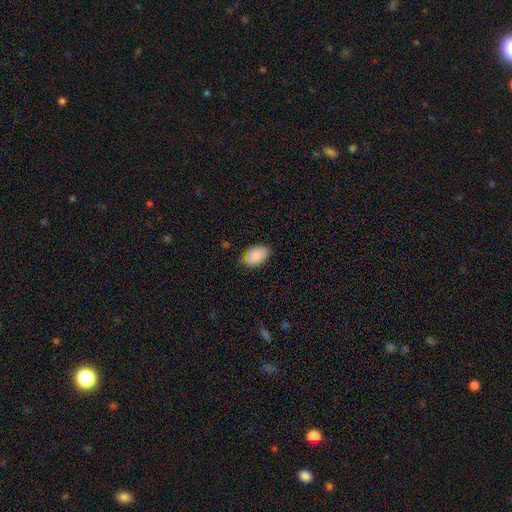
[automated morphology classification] This is clearly a smooth galaxy (87%). How rounded: clearly in between (90%). Merging: likely none (68%).